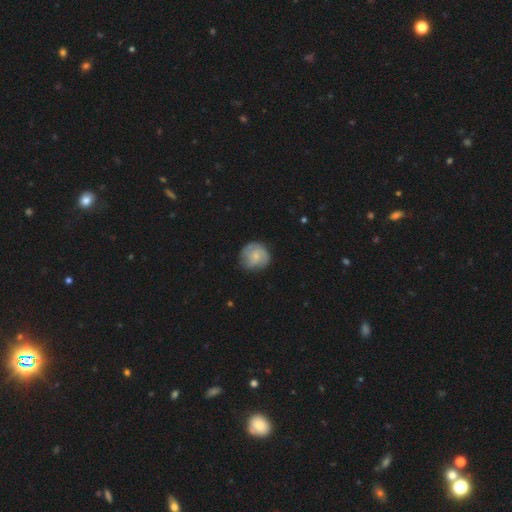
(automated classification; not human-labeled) A smooth galaxy with no disk features (53%) that is round (88%).

Vote fractions:
- Smooth or featured? smooth: 53% / featured or disk: 40% / star or artifact: 7%
- How rounded? round: 88% / in between: 11% / cigar-shaped: 1%
- Merging? none: 74% / minor disturbance: 19% / major disturbance: 6% / merger: 1%